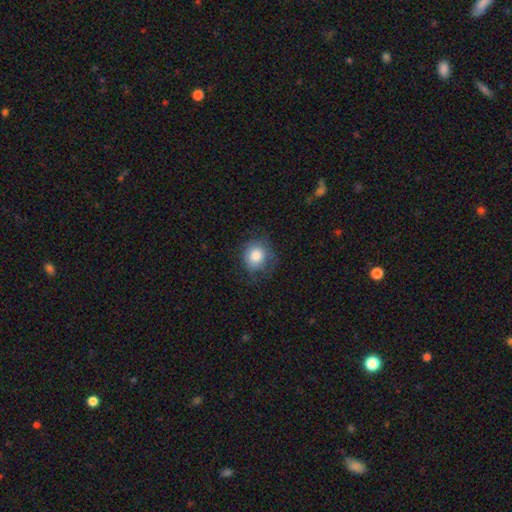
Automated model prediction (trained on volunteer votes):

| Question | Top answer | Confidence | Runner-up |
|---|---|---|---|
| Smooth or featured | smooth | 80% | featured or disk (11%) |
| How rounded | round | 84% | in between (16%) |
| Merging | none | 67% | minor disturbance (22%) |